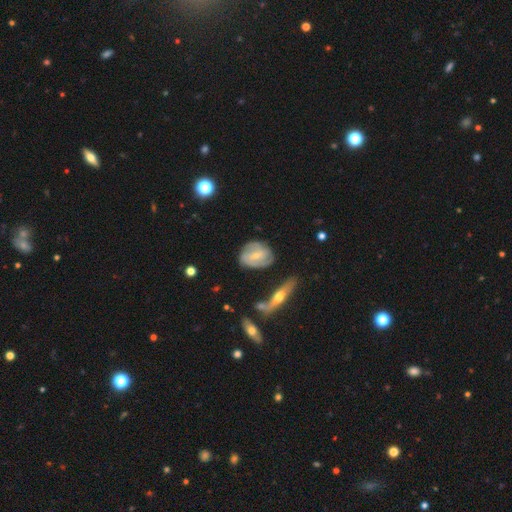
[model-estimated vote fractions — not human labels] A featured or disk galaxy (65%) with a weak bar (44%), spiral arms (81%) and a small central bulge (67%). Merging: none (67%).